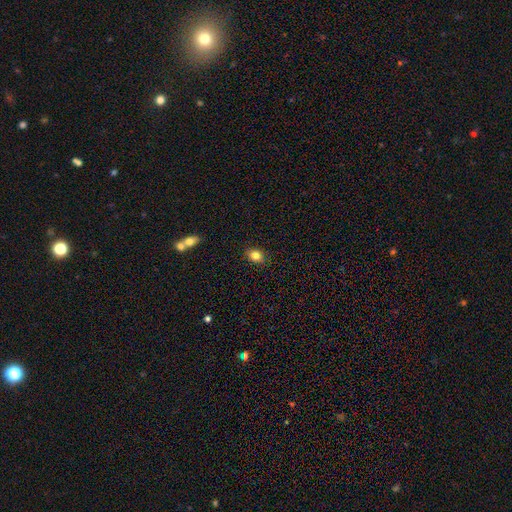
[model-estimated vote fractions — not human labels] Smooth or featured? Predicted: smooth (p=0.82). How rounded? Predicted: in between (p=0.64). Merging? Predicted: none (p=0.86).